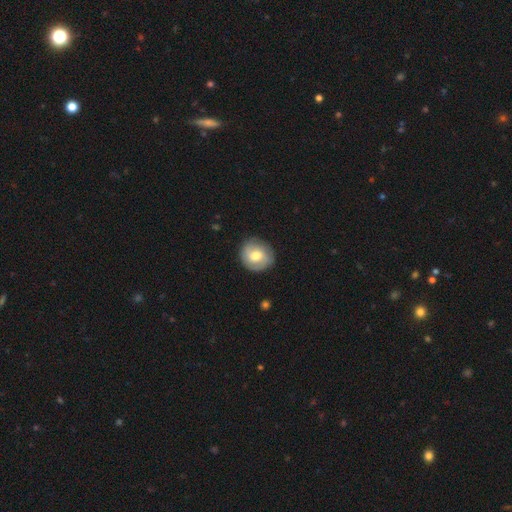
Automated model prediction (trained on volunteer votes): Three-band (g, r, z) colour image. It shows a smooth galaxy with no disk features (52%) that is round (86%). Merging: none (82%).